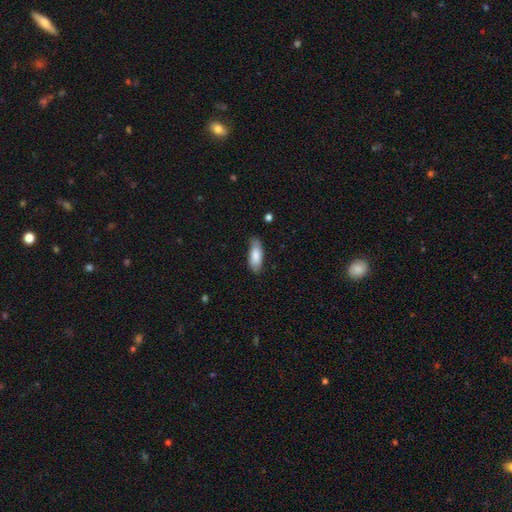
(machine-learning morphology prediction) type=smooth (83%); roundness=in between (70%); merging=none (78%).